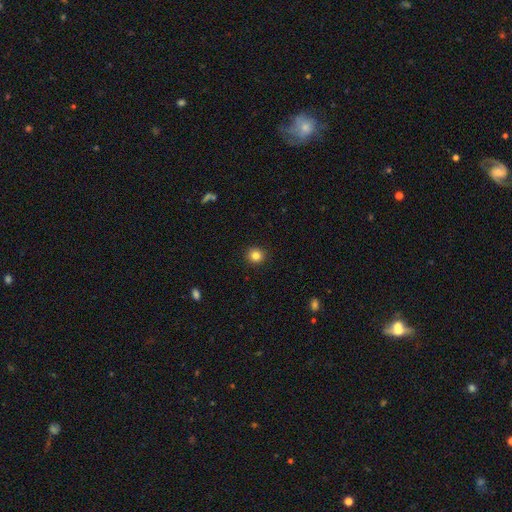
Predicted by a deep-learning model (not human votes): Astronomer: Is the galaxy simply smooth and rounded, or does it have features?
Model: smooth — 84%.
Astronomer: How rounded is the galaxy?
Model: round — 92%.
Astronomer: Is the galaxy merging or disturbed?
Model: none — 92%.